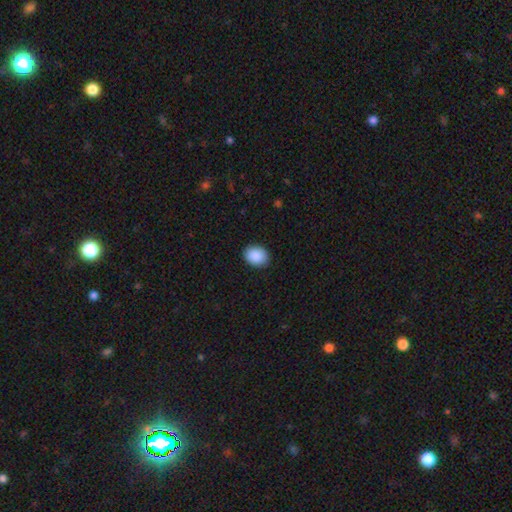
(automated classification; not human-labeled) Morphology: type=smooth (90%); roundness=in between (58%); merging=none (89%).